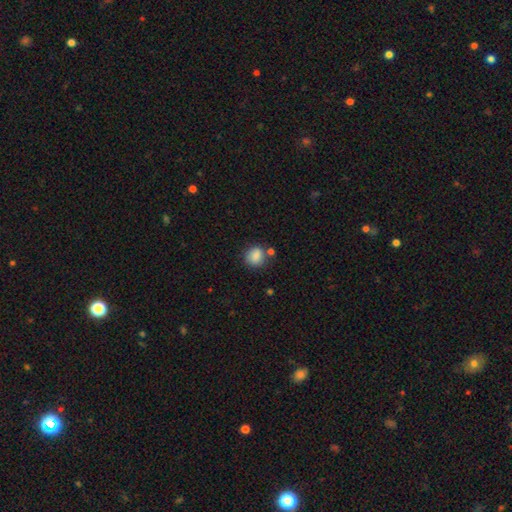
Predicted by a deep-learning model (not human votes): Overall: smooth (87%). How rounded: round (75%). Merging: none (71%).